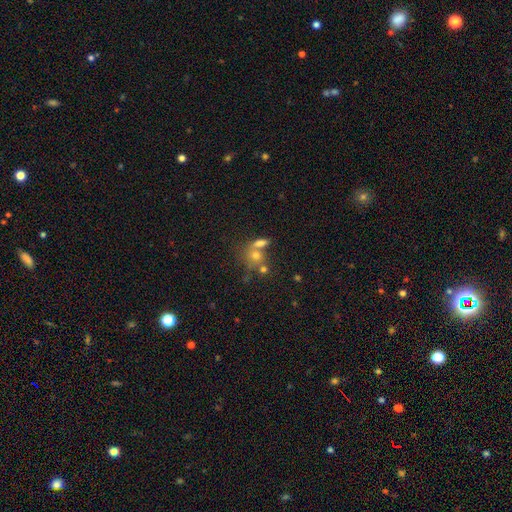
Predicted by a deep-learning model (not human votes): Smooth or featured? smooth (68%)
How rounded? round (58%)
Merging? merger (43%)